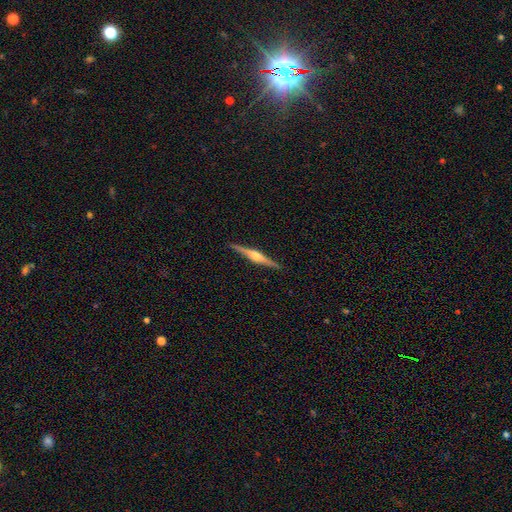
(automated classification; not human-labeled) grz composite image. It shows a featured or disk galaxy (77%) viewed edge-on (98%) with a rounded central bulge (73%). Merging: none (91%).